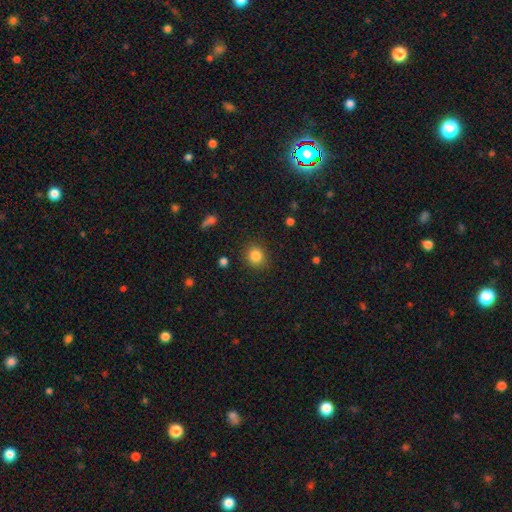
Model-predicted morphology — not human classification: This appears to be a smooth galaxy with no disk features (85%) that is round (83%). Merging: none (87%).